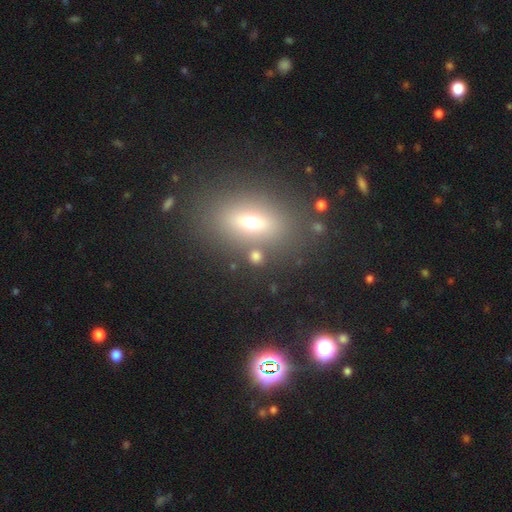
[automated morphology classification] Smooth or featured: smooth — 67% (star or artifact — 19%)
How rounded: round — 52% (in between — 43%)
Merging: none — 76% (merger — 10%)